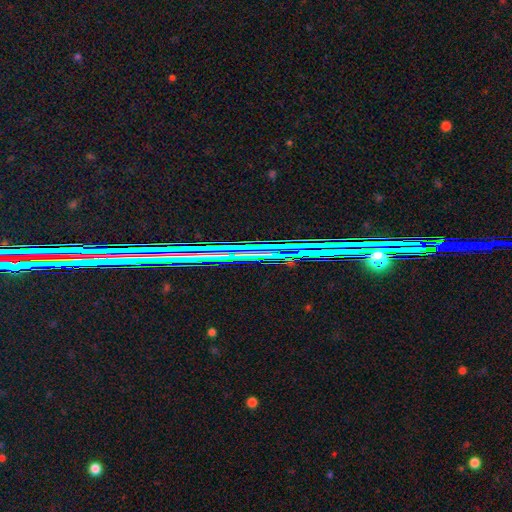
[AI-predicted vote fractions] smooth-or-featured: star or artifact: 79% | featured or disk: 12% | smooth: 9%